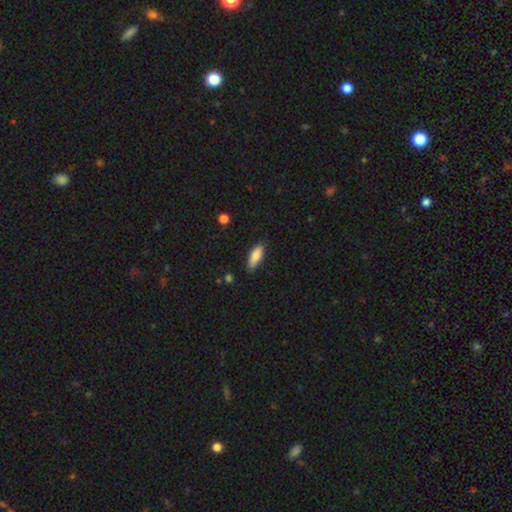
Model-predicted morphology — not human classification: smooth 82%, featured or disk 11%, star or artifact 6%. Down the decision tree: how rounded — in between (70%); merging — none (80%).